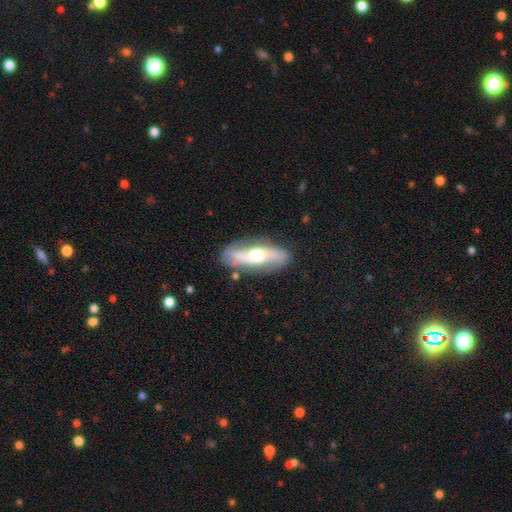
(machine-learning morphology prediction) The model was most divided on "bar": no: 47%, weak: 30%, strong: 23%. More confident: spiral arms — yes (83%); edge-on disk — no (80%); merging — none (77%); smooth or featured — featured or disk (72%); bulge size — moderate (59%).